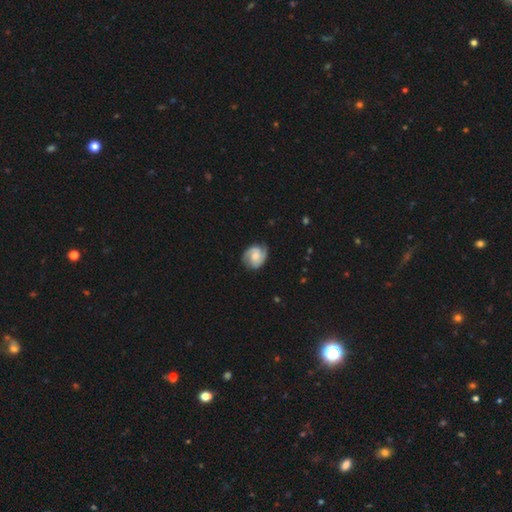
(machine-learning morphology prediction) Smooth or featured?
  - featured or disk: 77% *
  - smooth: 17%
  - star or artifact: 6%
Edge-on disk?
  - no: 98% *
  - yes: 2%
Bar?
  - no: 52% *
  - weak: 39%
  - strong: 9%
Spiral arms?
  - yes: 96% *
  - no: 4%
Spiral winding?
  - tight: 44% *
  - medium: 43%
  - loose: 13%
Spiral arm count?
  - 2: 83% *
  - can't tell: 6%
  - 3: 5%
  - 1: 3%
  - 4: 1%
  - more than 4: 1%
Bulge size?
  - moderate: 44% *
  - small: 28%
  - none: 14%
  - large: 12%
  - dominant: 2%
Merging?
  - none: 77% *
  - minor disturbance: 17%
  - major disturbance: 5%
  - merger: 1%